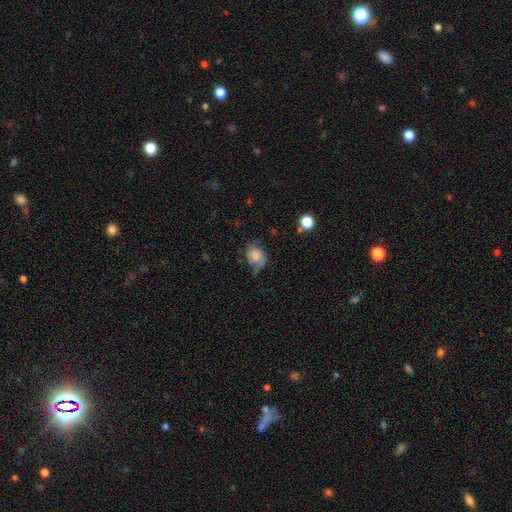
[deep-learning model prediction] This is possibly a featured or disk galaxy (56%). It is clearly not viewed edge-on (97%). Bar: likely no (73%). Spiral arm pattern: clearly yes (88%). Central bulge: marginally moderate (25%). Merging: possibly none (52%).